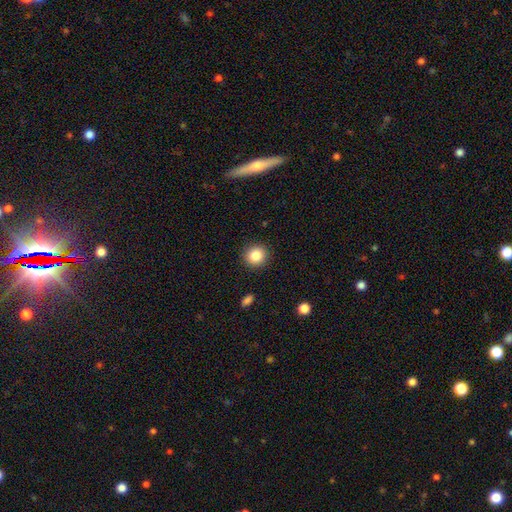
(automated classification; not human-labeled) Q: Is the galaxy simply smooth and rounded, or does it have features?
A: smooth — 85%.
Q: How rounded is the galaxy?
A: round — 91%.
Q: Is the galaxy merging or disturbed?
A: none — 91%.